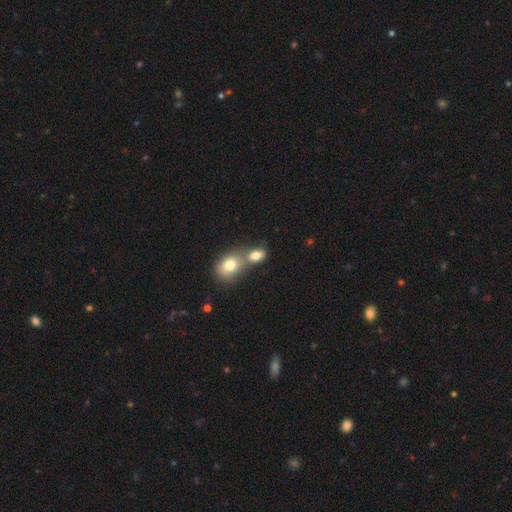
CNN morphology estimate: Overall: smooth (79%). How rounded: in between (78%). Merging: merger (59%; none 29%).